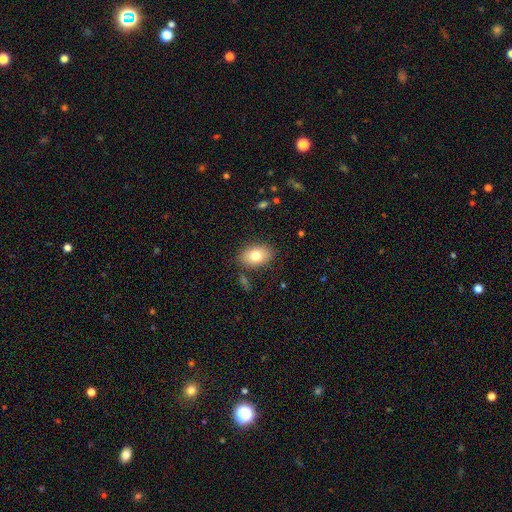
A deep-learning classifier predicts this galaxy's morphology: This is likely a smooth galaxy (78%). How rounded: clearly in between (84%). Merging: clearly none (83%).